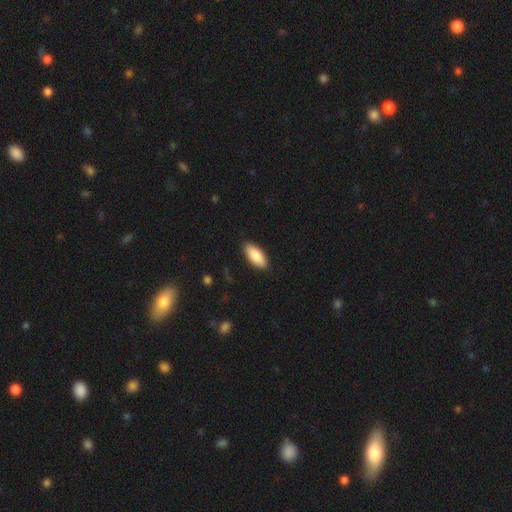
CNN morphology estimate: This is clearly a smooth galaxy (88%). How rounded: clearly in between (87%). Merging: clearly none (88%).